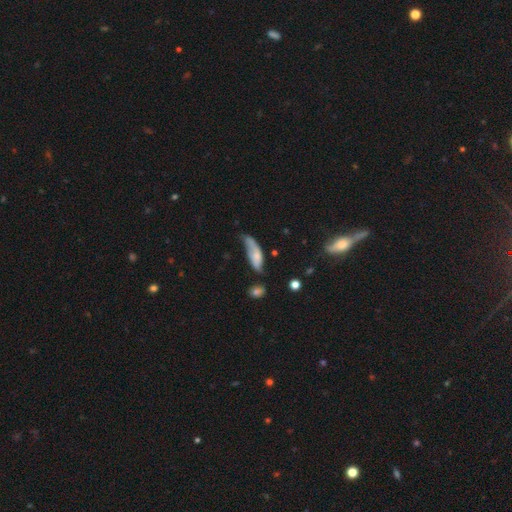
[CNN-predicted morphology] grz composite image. It shows a smooth galaxy with no disk features (60%) that is in between round and cigar-shaped (61%). Merging: minor disturbance (38%).